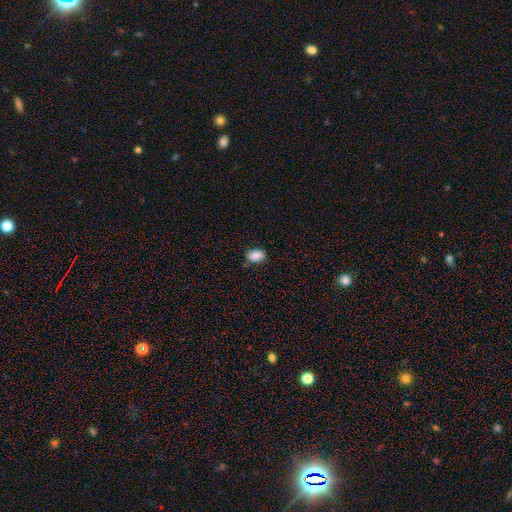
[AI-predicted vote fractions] This is clearly a smooth galaxy (85%). How rounded: clearly in between (82%). Merging: clearly none (80%).